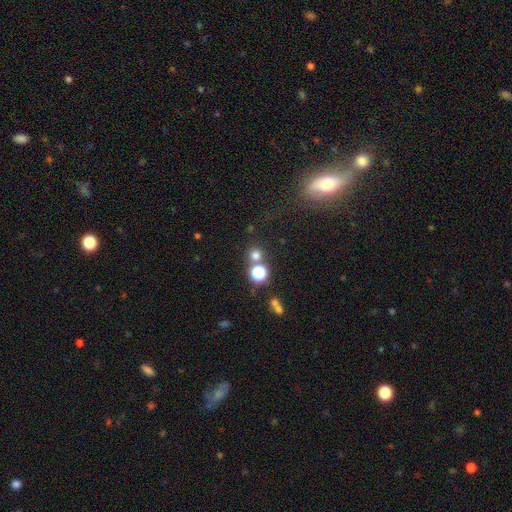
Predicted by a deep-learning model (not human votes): Q: Smooth or featured?
A: smooth (69%); runner-up: star or artifact (24%)
Q: How rounded?
A: round (92%); runner-up: in between (7%)
Q: Merging?
A: none (74%); runner-up: merger (16%)